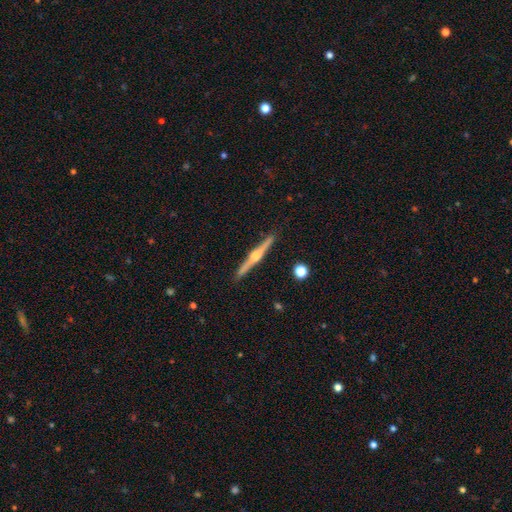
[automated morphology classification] Overall: featured or disk (82%). Edge-on disk: yes (99%). Edge-on bulge: rounded (93%). Merging: none (91%).